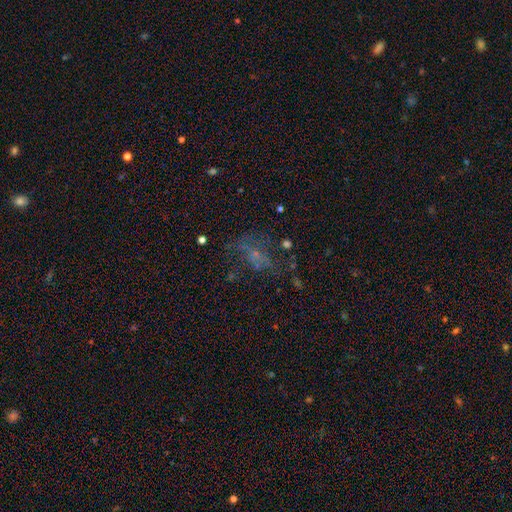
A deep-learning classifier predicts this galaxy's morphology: A featured or disk galaxy (35%).

Vote fractions:
- Smooth or featured? featured or disk: 35% / smooth: 32% / star or artifact: 32%
- Merging? none: 43% / major disturbance: 32% / minor disturbance: 20% / merger: 5%